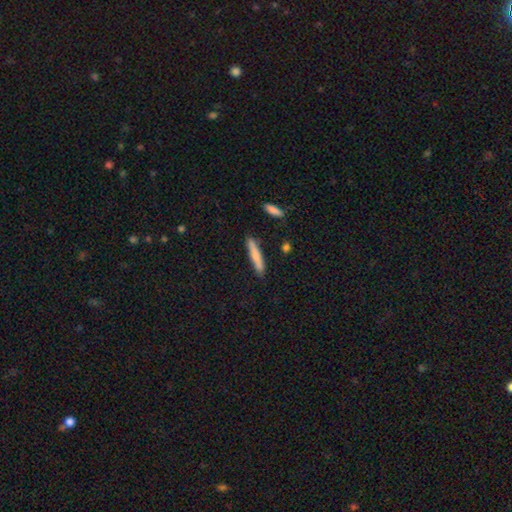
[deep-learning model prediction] Overall: smooth (73%). How rounded: cigar-shaped (91%). Merging: none (86%).